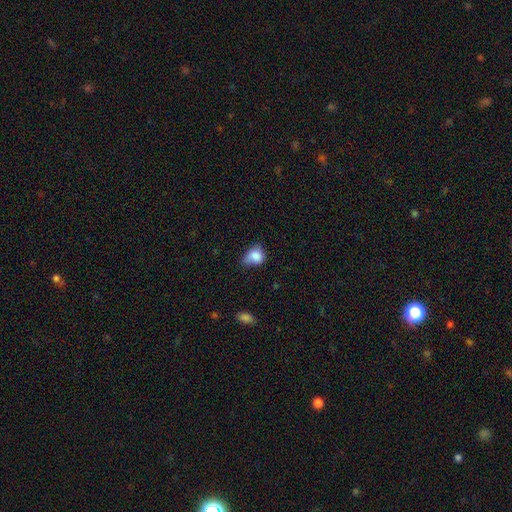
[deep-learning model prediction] Smooth or featured? Predicted: smooth (p=0.80). How rounded? Predicted: in between (p=0.53). Merging? Predicted: minor disturbance (p=0.47).